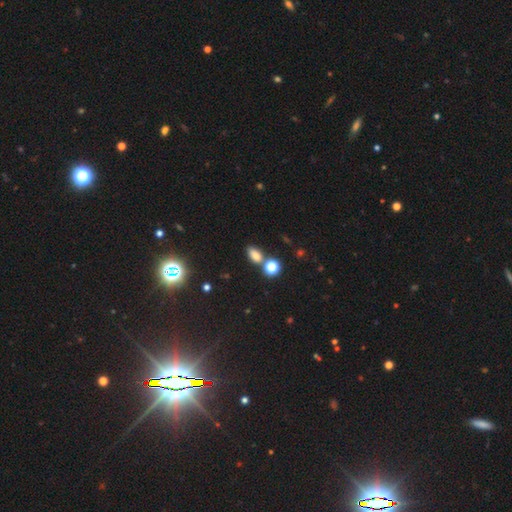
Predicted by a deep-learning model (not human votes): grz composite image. It shows a smooth galaxy with no disk features (74%) that is in between round and cigar-shaped (80%). Merging: none (66%).